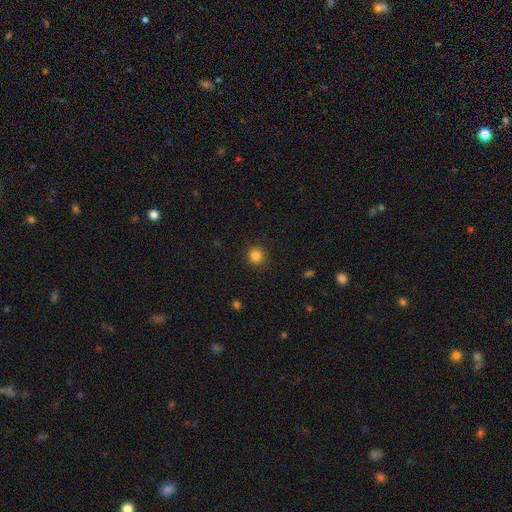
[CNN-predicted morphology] Smooth or featured? Predicted: smooth (p=0.84). How rounded? Predicted: round (p=0.93). Merging? Predicted: none (p=0.91).